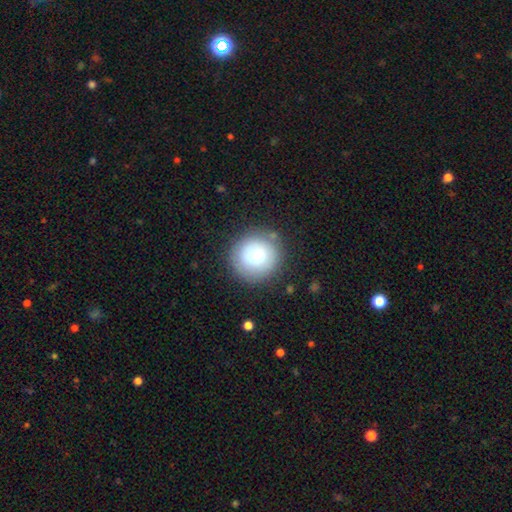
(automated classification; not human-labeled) Smooth or featured? Predicted: smooth (p=0.75). How rounded? Predicted: round (p=0.92). Merging? Predicted: none (p=0.80).